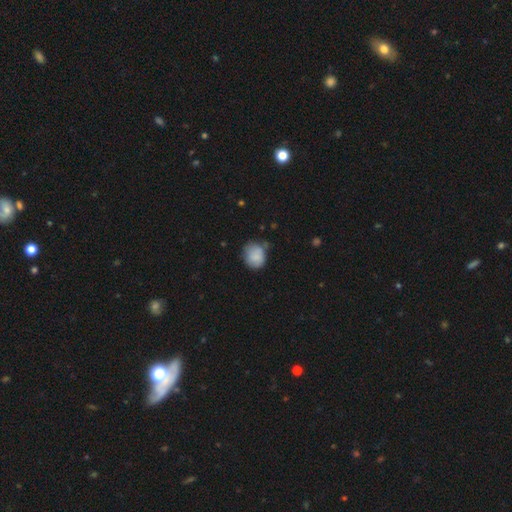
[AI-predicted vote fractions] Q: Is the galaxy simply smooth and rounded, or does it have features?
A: smooth — 84%.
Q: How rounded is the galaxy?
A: round — 70%.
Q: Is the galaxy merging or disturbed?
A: none — 57%.